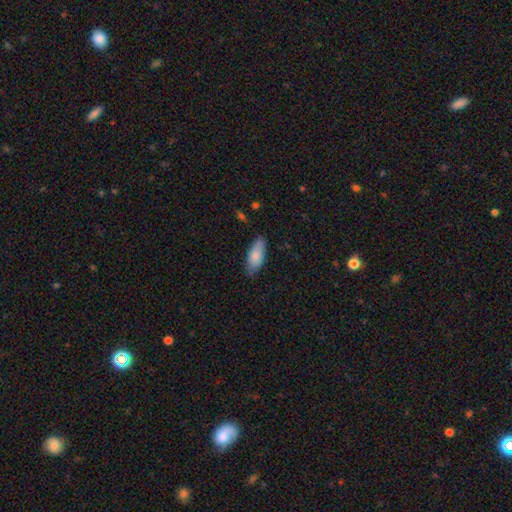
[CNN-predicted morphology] A smooth galaxy with no disk features (82%) that is in between round and cigar-shaped (81%). Merging: none (78%).